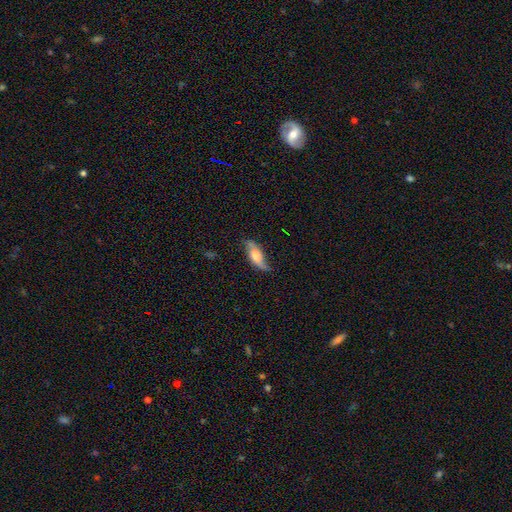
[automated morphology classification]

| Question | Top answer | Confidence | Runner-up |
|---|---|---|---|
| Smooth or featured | featured or disk | 56% | smooth (37%) |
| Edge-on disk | no | 68% | yes (32%) |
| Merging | none | 68% | minor disturbance (23%) |